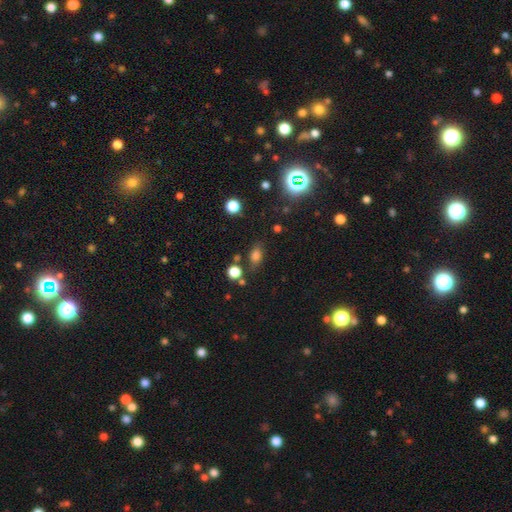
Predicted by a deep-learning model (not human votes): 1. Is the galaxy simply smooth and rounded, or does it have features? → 74% smooth, 17% star or artifact, 9% featured or disk.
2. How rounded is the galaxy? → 75% in between, 21% round, 4% cigar-shaped.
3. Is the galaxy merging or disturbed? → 74% none, 15% minor disturbance, 6% merger, 5% major disturbance.